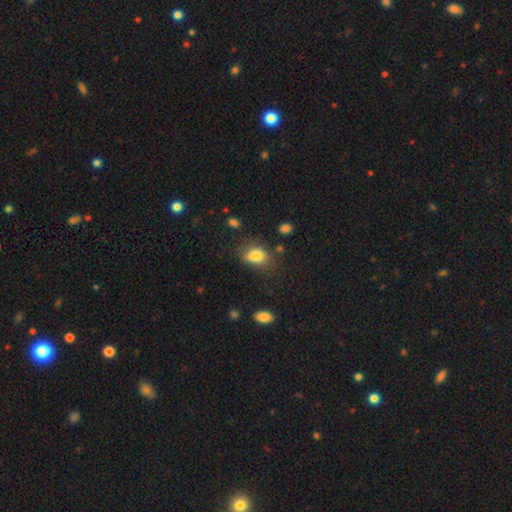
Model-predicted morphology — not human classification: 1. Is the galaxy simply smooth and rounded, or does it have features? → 82% smooth, 10% star or artifact, 8% featured or disk.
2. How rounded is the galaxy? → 80% in between, 19% round, 2% cigar-shaped.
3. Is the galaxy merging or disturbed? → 63% none, 22% minor disturbance, 9% major disturbance, 6% merger.